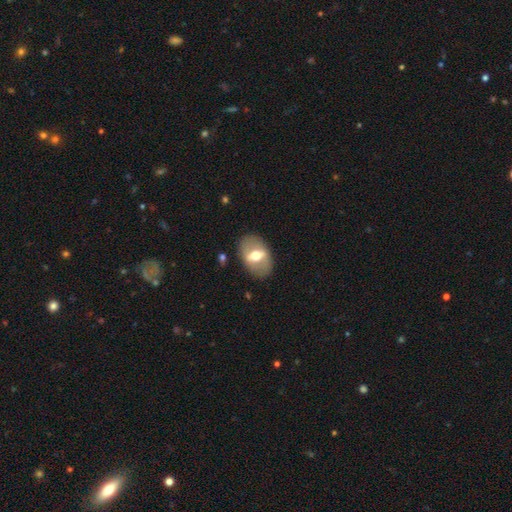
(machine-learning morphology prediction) This is possibly a featured or disk galaxy (53%). It is clearly not viewed edge-on (82%). Merging: clearly none (83%).